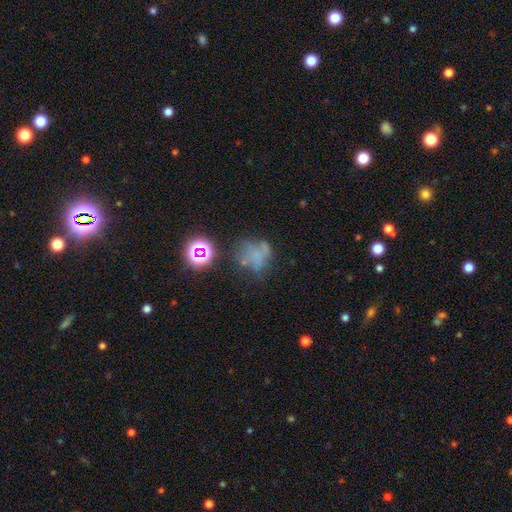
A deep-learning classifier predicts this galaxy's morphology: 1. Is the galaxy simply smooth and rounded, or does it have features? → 43% smooth, 29% featured or disk, 28% star or artifact.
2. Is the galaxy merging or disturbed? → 45% none, 23% minor disturbance, 23% major disturbance, 8% merger.